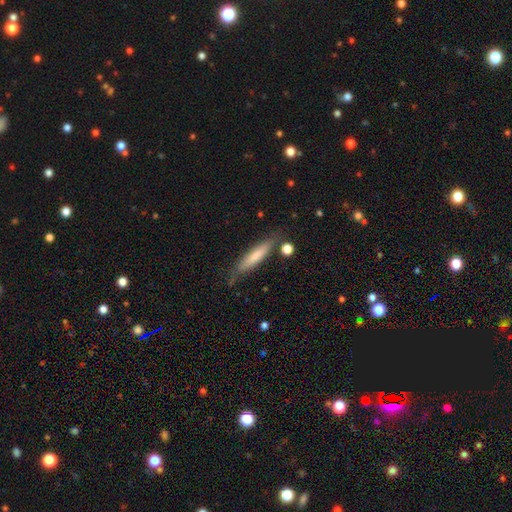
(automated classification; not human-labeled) This is likely a smooth galaxy (66%). How rounded: clearly cigar-shaped (88%). Merging: likely none (74%).